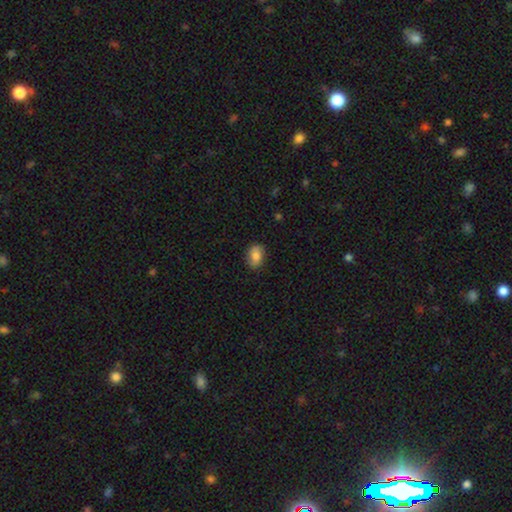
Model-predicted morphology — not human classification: smooth-or-featured: smooth: 82% | featured or disk: 10% | star or artifact: 8%
  how-rounded: in between: 81% | round: 17% | cigar-shaped: 2%
  merging: none: 83% | minor disturbance: 13% | major disturbance: 3% | merger: 1%